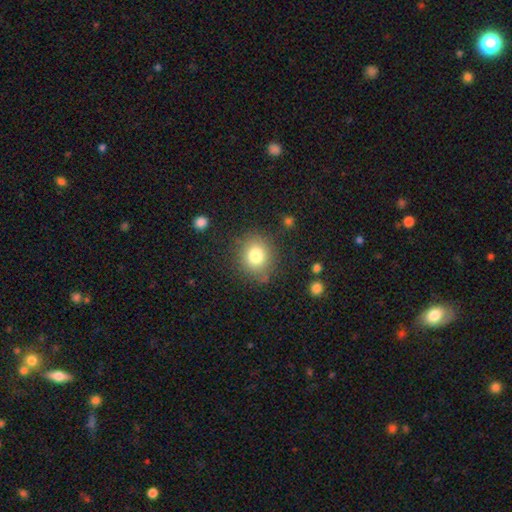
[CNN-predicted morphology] Smooth or featured? smooth (79%)
How rounded? round (78%)
Merging? none (82%)